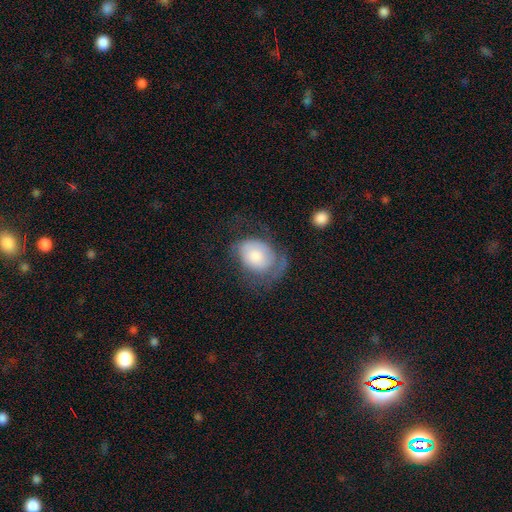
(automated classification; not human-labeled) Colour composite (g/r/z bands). It shows a smooth galaxy with no disk features (60%) that is in between round and cigar-shaped (68%). Merging: none (35%, tied with major disturbance).